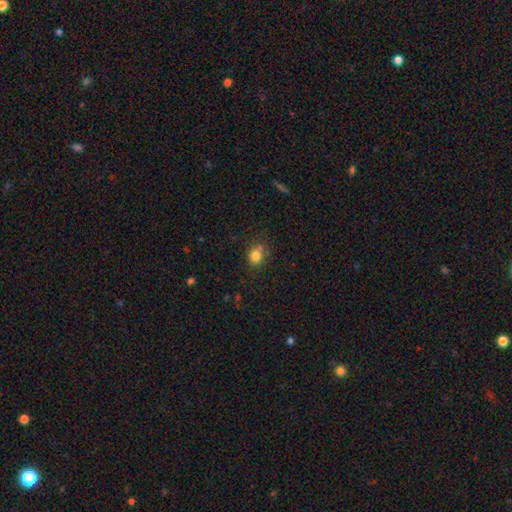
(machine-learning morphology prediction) A smooth galaxy with no disk features (80%) that is round (69%). Merging: none (65%).